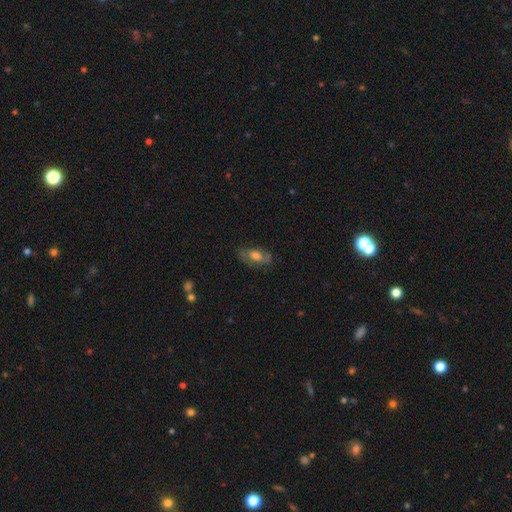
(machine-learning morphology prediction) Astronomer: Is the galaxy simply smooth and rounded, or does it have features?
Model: smooth — 53% (runner-up: featured or disk, 39%).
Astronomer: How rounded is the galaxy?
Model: in between — 87%.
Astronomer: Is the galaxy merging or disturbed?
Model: none — 74%.